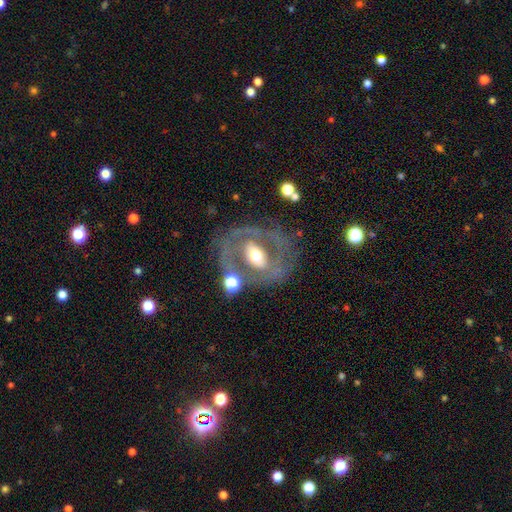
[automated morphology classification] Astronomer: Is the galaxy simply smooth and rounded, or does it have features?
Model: featured or disk — 69%.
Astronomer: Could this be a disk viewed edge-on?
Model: no — 93%.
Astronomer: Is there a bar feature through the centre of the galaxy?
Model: no — 36% (runner-up: weak, 32%).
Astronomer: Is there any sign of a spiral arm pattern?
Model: no — 63%.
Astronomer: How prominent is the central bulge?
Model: moderate — 70%.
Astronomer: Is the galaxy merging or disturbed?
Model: none — 63%.